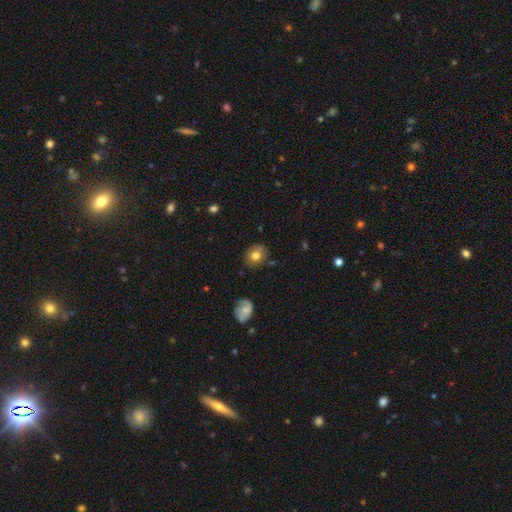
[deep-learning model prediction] Smooth or featured? Predicted: smooth (p=0.76). How rounded? Predicted: round (p=0.62). Merging? Predicted: none (p=0.80).